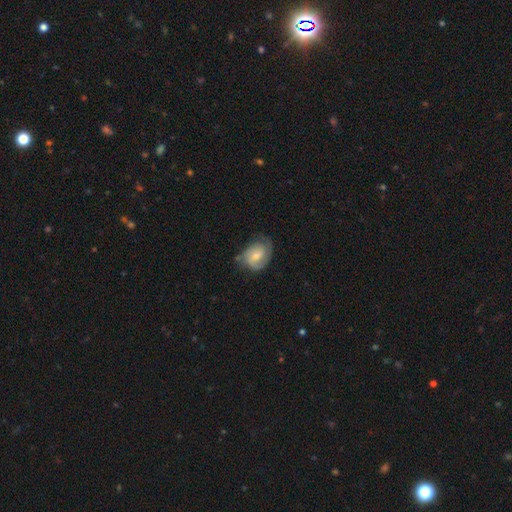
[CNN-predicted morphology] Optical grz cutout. It shows a featured or disk galaxy (56%) with no bar (57%), spiral arms (86%) and a moderate central bulge (54%). Merging: none (54%).